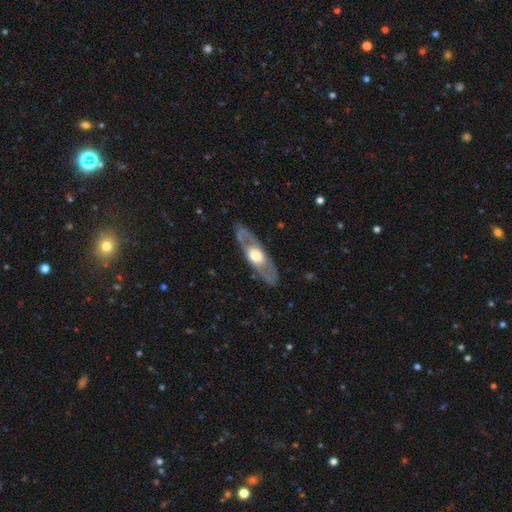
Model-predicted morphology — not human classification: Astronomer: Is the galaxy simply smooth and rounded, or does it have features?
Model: featured or disk — 67%.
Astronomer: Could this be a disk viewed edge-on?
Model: no — 63%.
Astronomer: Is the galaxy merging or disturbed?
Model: none — 85%.